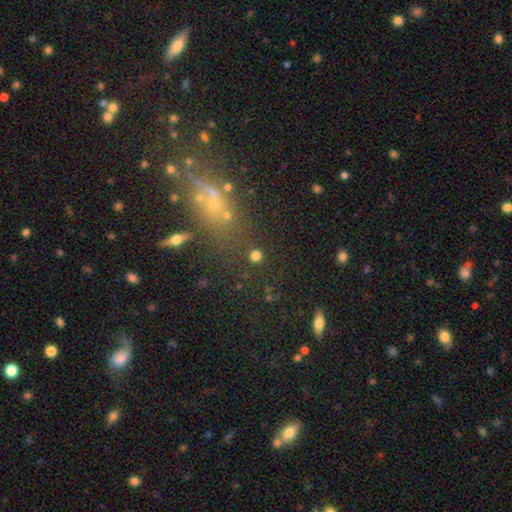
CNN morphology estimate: smooth-or-featured: smooth: 77% | star or artifact: 17% | featured or disk: 5%
  how-rounded: round: 92% | in between: 7% | cigar-shaped: 1%
  merging: none: 87% | minor disturbance: 6% | merger: 4% | major disturbance: 3%